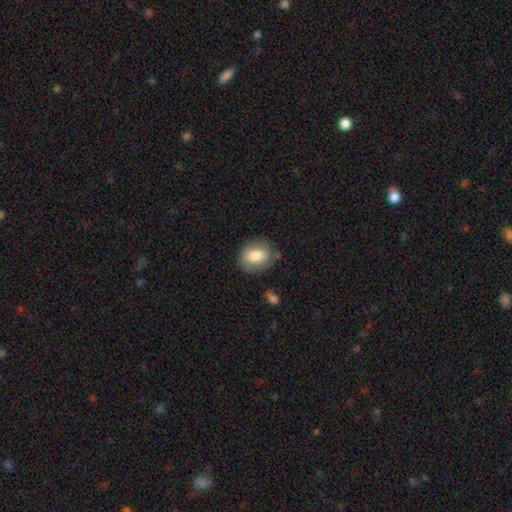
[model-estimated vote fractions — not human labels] Morphology: type=smooth (80%); roundness=in between (51%); merging=none (78%).